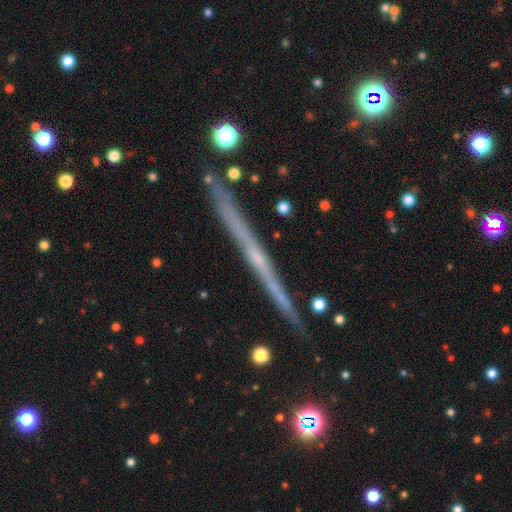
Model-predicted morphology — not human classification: Overall: featured or disk (71%). Edge-on disk: yes (98%). Edge-on bulge: none (70%). Merging: none (89%).